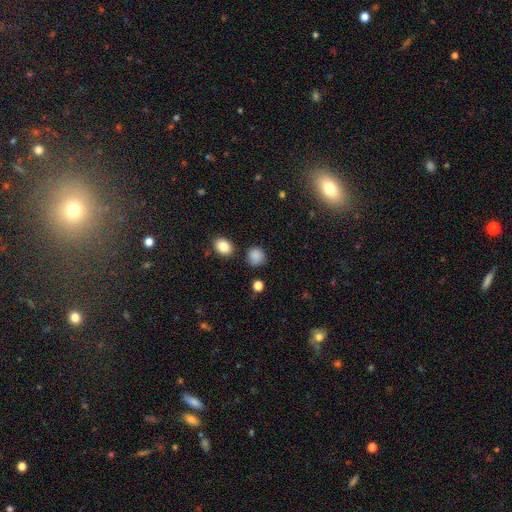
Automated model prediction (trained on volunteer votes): A smooth galaxy with no disk features (84%) that is round (84%). Merging: none (77%).